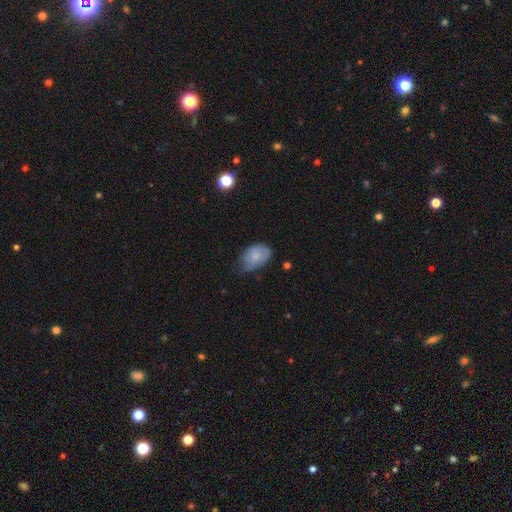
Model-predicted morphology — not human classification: type=smooth (74%); roundness=in between (85%); merging=minor disturbance (44%).